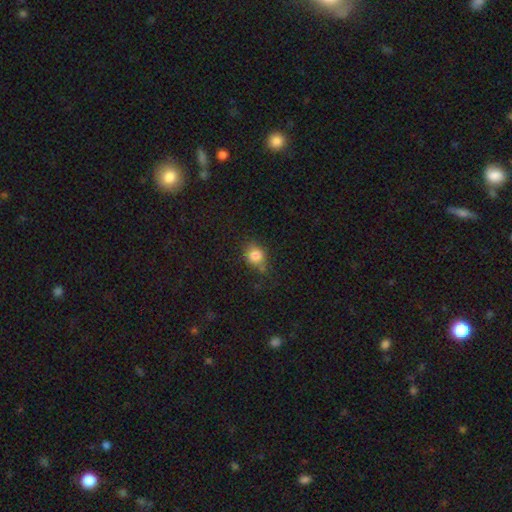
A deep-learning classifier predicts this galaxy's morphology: smooth 83%, star or artifact 11%, featured or disk 6%. Down the decision tree: how rounded — round (73%); merging — none (63%).